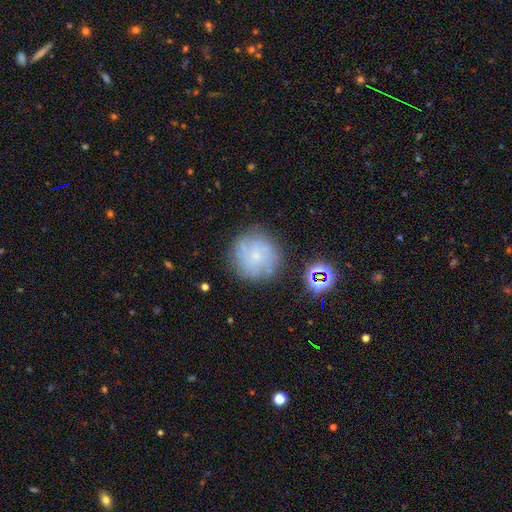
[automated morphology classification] A smooth galaxy with no disk features (46%).

Vote fractions:
- Smooth or featured? smooth: 46% / featured or disk: 39% / star or artifact: 15%
- Merging? none: 74% / minor disturbance: 15% / major disturbance: 6% / merger: 5%